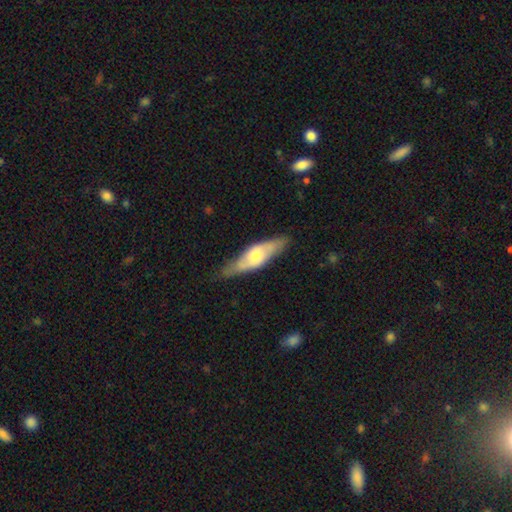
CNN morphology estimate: type=featured or disk (52%); edge-on=yes (57%); merging=none (77%).